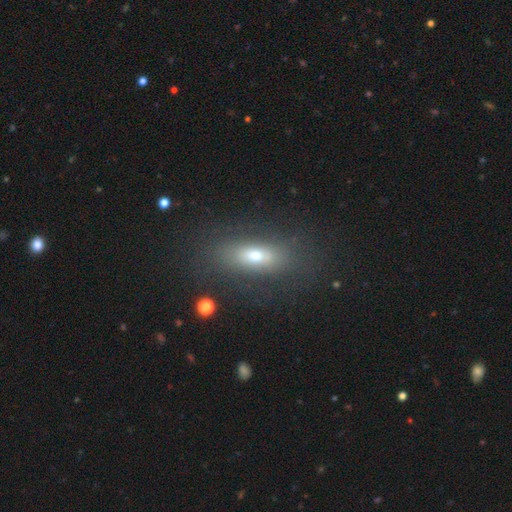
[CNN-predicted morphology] Smooth or featured? smooth (57%)
How rounded? in between (62%)
Merging? none (80%)